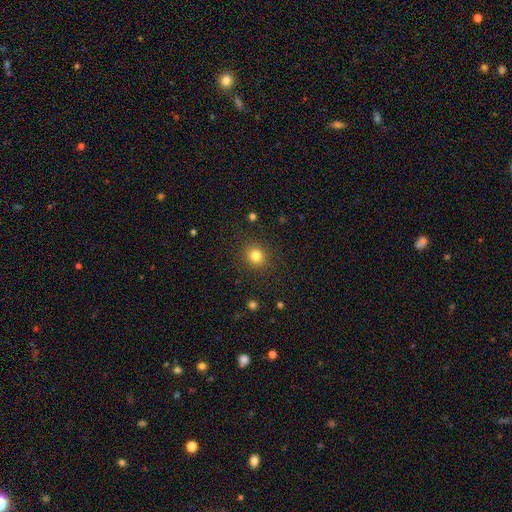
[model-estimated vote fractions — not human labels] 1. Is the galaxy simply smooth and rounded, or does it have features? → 82% smooth, 13% star or artifact, 6% featured or disk.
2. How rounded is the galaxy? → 82% round, 17% in between, 1% cigar-shaped.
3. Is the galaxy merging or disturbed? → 89% none, 7% minor disturbance, 3% major disturbance, 1% merger.